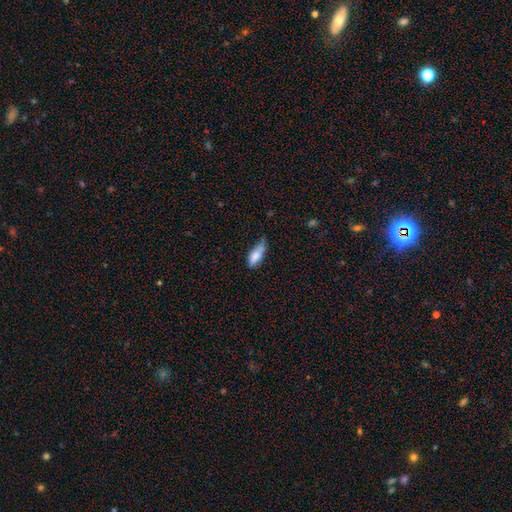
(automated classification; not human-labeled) Overall: smooth (82%). How rounded: in between (66%; cigar-shaped 32%). Merging: minor disturbance (45%; none 42%).